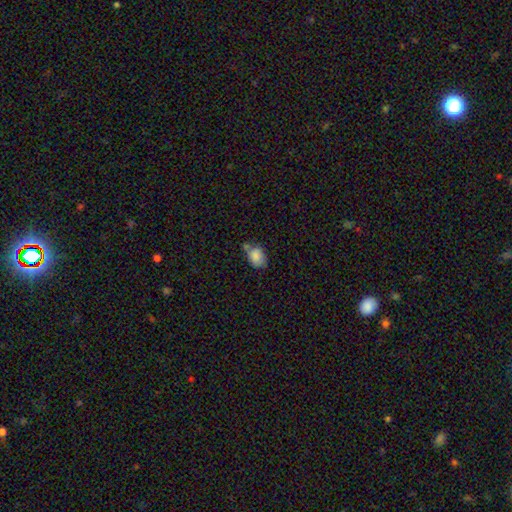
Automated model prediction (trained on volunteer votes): A smooth galaxy with no disk features (83%) that is in between round and cigar-shaped (73%).

Vote fractions:
- Smooth or featured? smooth: 83% / star or artifact: 9% / featured or disk: 8%
- How rounded? in between: 73% / round: 26% / cigar-shaped: 1%
- Merging? none: 43% / minor disturbance: 26% / merger: 23% / major disturbance: 8%